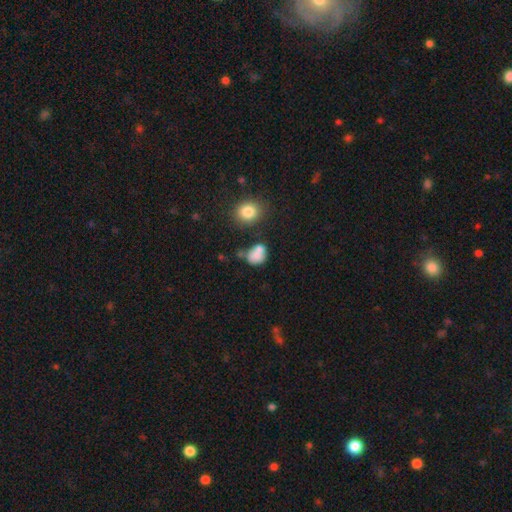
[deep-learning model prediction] A smooth galaxy with no disk features (74%) that is round (51%). Merging: none (36%).